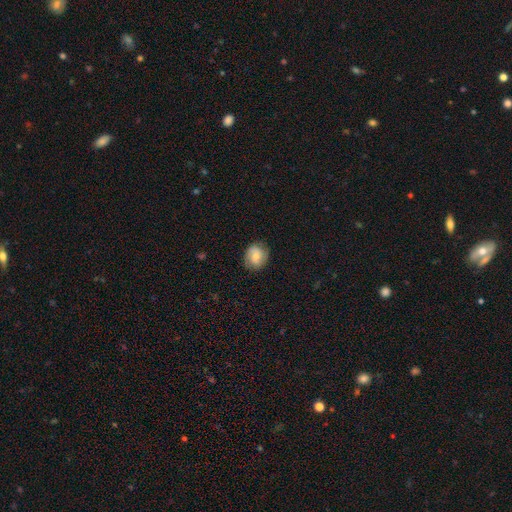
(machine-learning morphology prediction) smooth 65%, featured or disk 27%, star or artifact 8%. Down the decision tree: how rounded — round (67%); merging — none (80%).